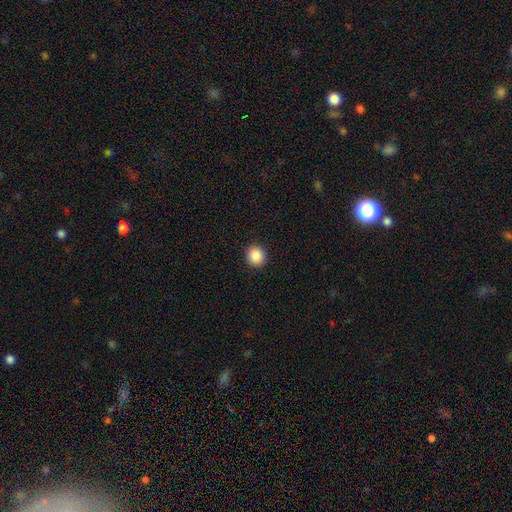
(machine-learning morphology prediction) smooth-or-featured: smooth: 89% | star or artifact: 9% | featured or disk: 3%
  how-rounded: round: 87% | in between: 12% | cigar-shaped: 1%
  merging: none: 92% | minor disturbance: 5% | major disturbance: 2% | merger: 1%